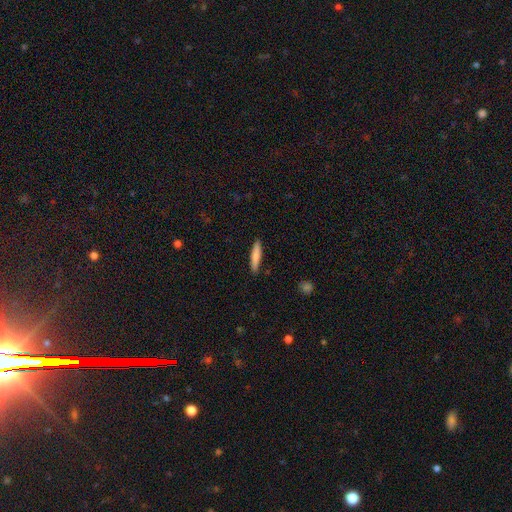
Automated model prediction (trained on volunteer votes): Smooth or featured?
  - smooth: 80% *
  - featured or disk: 15%
  - star or artifact: 6%
How rounded?
  - cigar-shaped: 88% *
  - in between: 11%
  - round: 1%
Merging?
  - none: 89% *
  - minor disturbance: 8%
  - major disturbance: 2%
  - merger: 1%